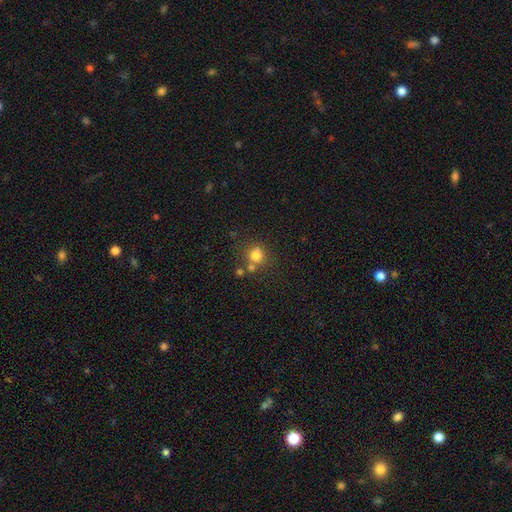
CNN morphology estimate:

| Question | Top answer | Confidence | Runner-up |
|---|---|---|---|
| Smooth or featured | smooth | 76% | star or artifact (15%) |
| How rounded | round | 86% | in between (13%) |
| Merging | none | 62% | merger (23%) |